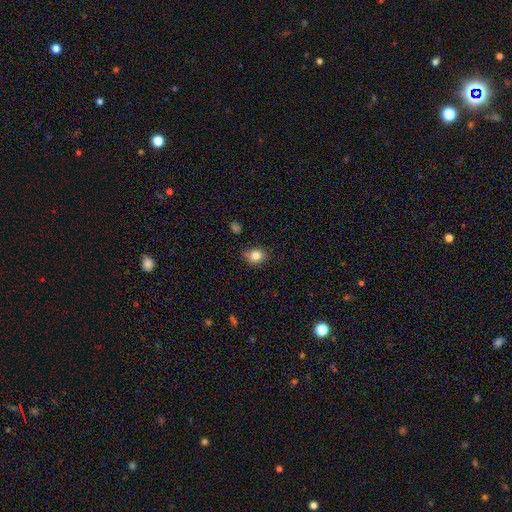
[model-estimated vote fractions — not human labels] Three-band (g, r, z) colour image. It shows a smooth galaxy with no disk features (83%) that is round (63%). Merging: none (76%).